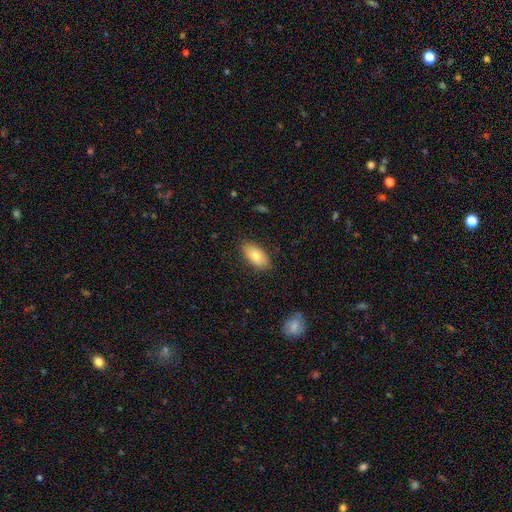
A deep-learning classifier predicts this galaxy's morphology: The model was most divided on "smooth or featured": smooth: 77%, featured or disk: 16%, star or artifact: 7%. More confident: how rounded — in between (92%); merging — none (86%).